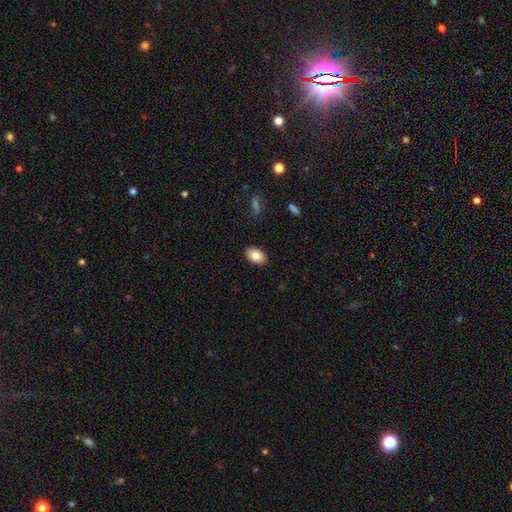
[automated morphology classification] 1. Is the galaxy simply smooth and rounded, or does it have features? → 82% smooth, 11% featured or disk, 7% star or artifact.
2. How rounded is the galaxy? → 92% in between, 7% round, 1% cigar-shaped.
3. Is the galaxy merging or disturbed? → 89% none, 8% minor disturbance, 2% major disturbance, 1% merger.